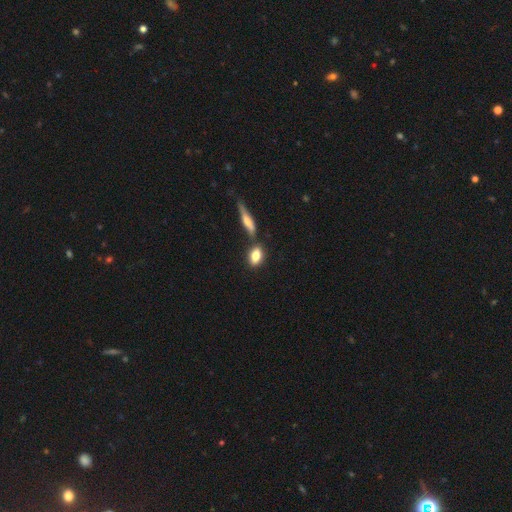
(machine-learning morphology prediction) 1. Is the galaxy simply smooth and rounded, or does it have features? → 78% smooth, 14% featured or disk, 8% star or artifact.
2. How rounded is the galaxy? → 80% in between, 11% round, 9% cigar-shaped.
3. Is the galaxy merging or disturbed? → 65% none, 19% merger, 13% minor disturbance, 4% major disturbance.